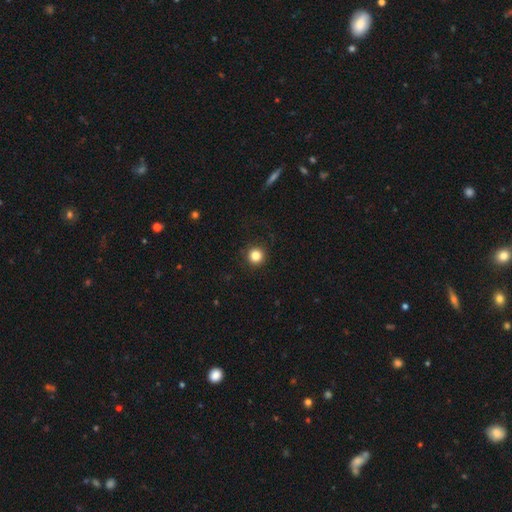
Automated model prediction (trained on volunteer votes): The model was most divided on "smooth or featured": smooth: 84%, star or artifact: 11%, featured or disk: 4%. More confident: how rounded — round (96%); merging — none (92%).